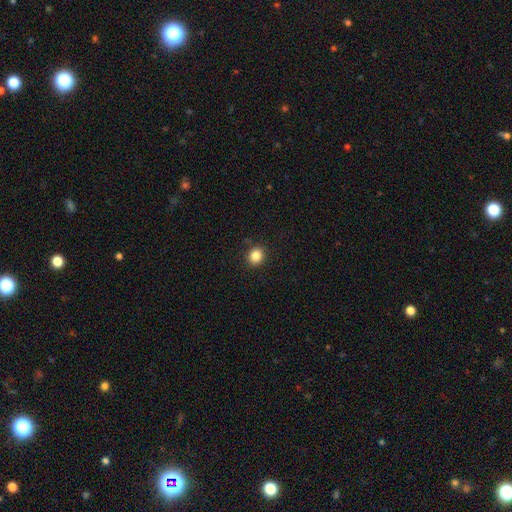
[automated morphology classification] This is clearly a smooth galaxy (85%). How rounded: likely round (79%). Merging: clearly none (90%).